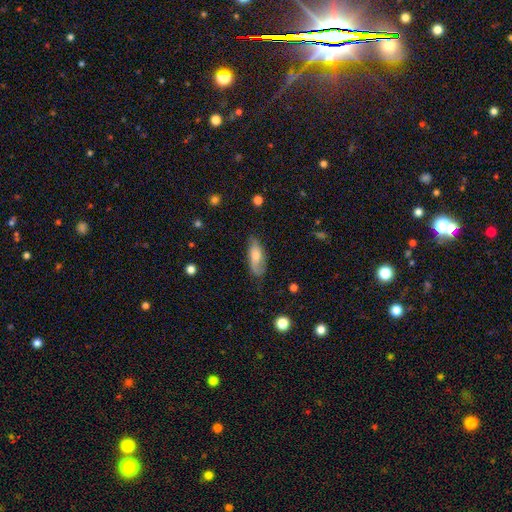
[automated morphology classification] A smooth galaxy with no disk features (57%) that is in between round and cigar-shaped (75%). Merging: none (64%).